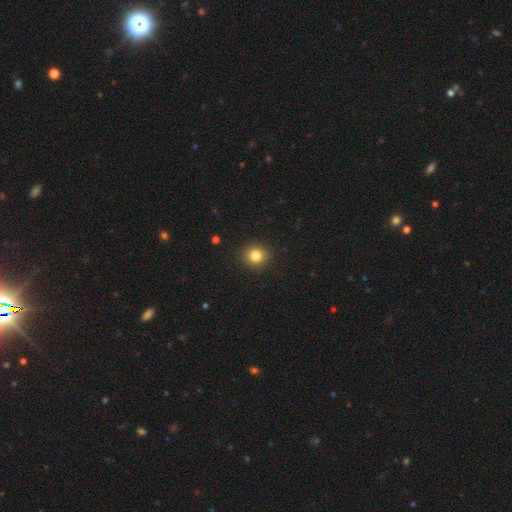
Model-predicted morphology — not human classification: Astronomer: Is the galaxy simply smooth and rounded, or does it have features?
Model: smooth — 82%.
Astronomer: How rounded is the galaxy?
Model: round — 90%.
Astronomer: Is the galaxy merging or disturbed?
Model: none — 92%.